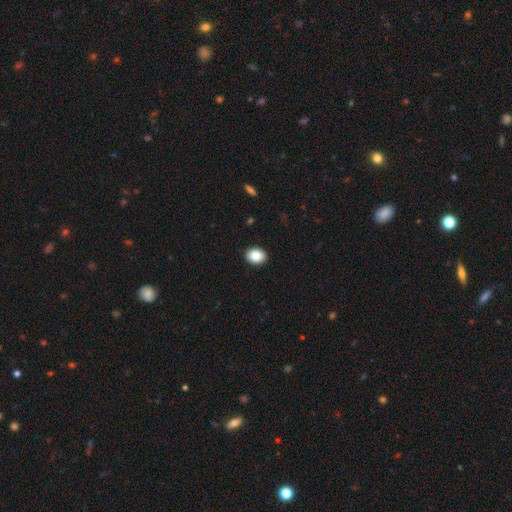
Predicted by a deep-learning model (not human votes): Smooth or featured: smooth — 88% (star or artifact — 8%)
How rounded: in between — 69% (round — 30%)
Merging: none — 90% (minor disturbance — 7%)